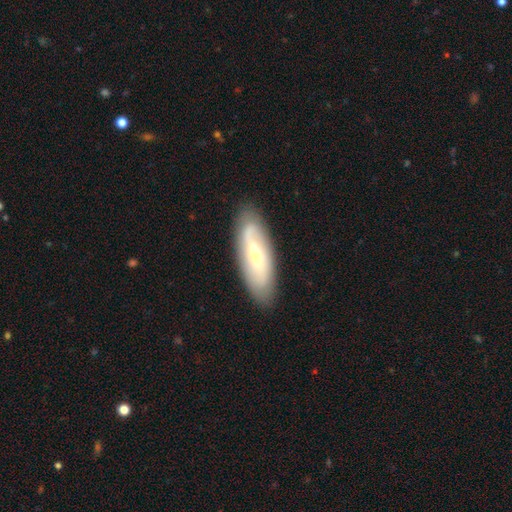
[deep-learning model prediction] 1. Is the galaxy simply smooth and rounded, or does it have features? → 59% featured or disk, 35% smooth, 6% star or artifact.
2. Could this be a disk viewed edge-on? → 79% no, 21% yes.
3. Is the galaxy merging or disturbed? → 85% none, 11% minor disturbance, 3% major disturbance, 1% merger.